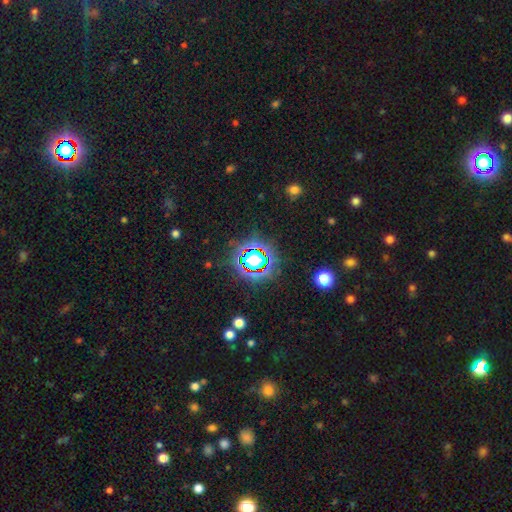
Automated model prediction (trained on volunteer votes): This appears to be a star or artifact, not a galaxy (74%).